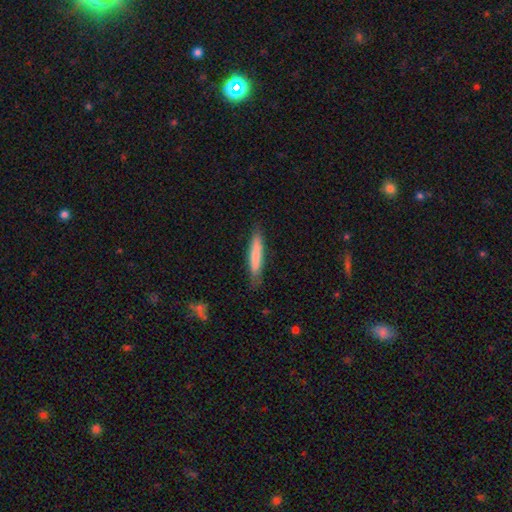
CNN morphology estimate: smooth 74%, featured or disk 21%, star or artifact 5%. Down the decision tree: how rounded — cigar-shaped (91%); merging — none (83%).